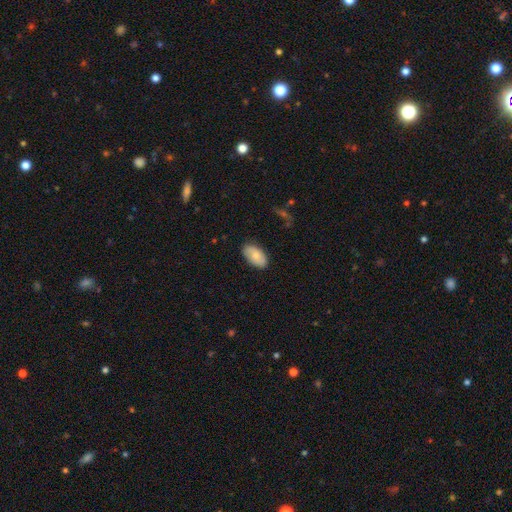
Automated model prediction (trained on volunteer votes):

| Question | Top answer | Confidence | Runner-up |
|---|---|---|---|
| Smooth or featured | smooth | 78% | featured or disk (16%) |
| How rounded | in between | 95% | round (3%) |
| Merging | none | 83% | minor disturbance (14%) |